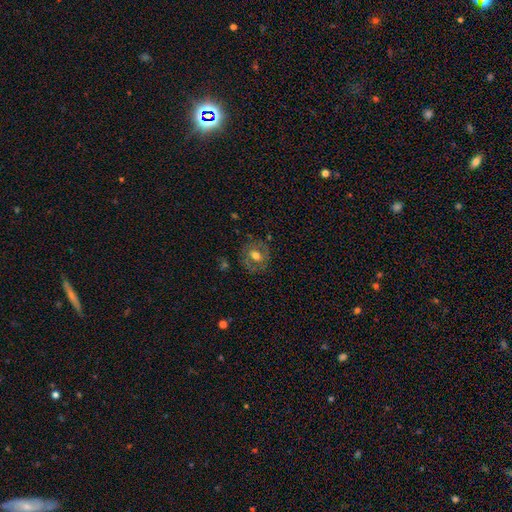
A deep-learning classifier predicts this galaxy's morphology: A smooth galaxy with no disk features (45%, tied with featured or disk).

Vote fractions:
- Smooth or featured? smooth: 45% (tied) / featured or disk: 45% (tied) / star or artifact: 9%
- Merging? none: 76% / minor disturbance: 15% / major disturbance: 7% / merger: 2%